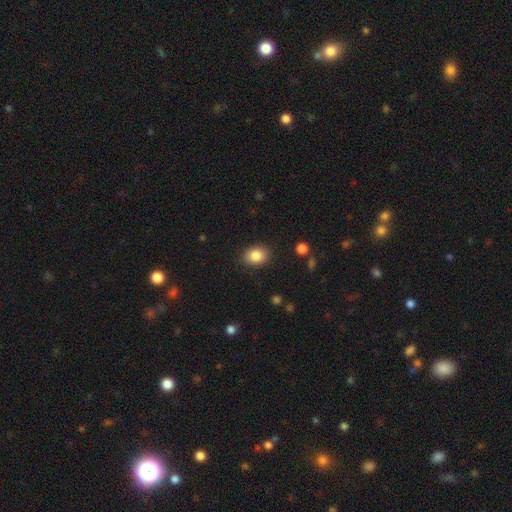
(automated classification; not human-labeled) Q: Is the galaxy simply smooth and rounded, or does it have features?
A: smooth — 86%.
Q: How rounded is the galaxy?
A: in between — 63%.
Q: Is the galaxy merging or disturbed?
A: none — 87%.